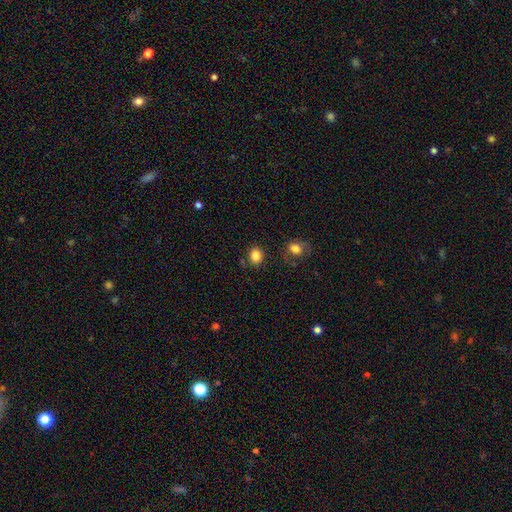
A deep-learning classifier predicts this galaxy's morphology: smooth-or-featured: smooth: 85% | star or artifact: 10% | featured or disk: 5%
  how-rounded: round: 62% | in between: 37% | cigar-shaped: 1%
  merging: none: 81% | minor disturbance: 11% | merger: 5% | major disturbance: 3%